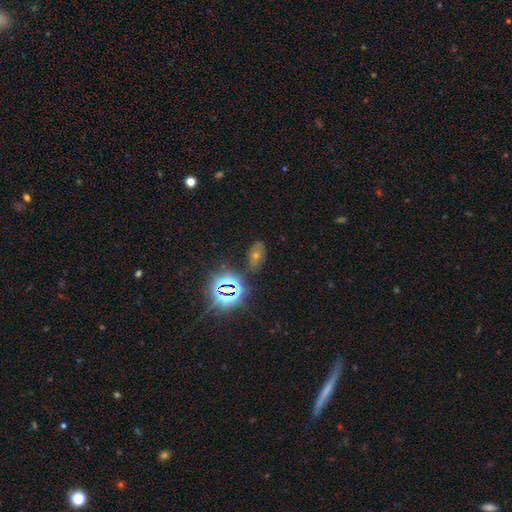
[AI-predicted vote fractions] Morphology: type=star or artifact (57%).